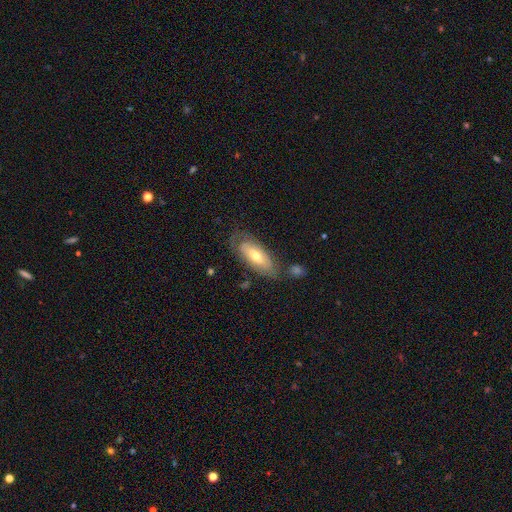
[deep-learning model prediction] The model was most divided on "smooth or featured": smooth: 49%, featured or disk: 45%, star or artifact: 6%. More confident: merging — none (65%).